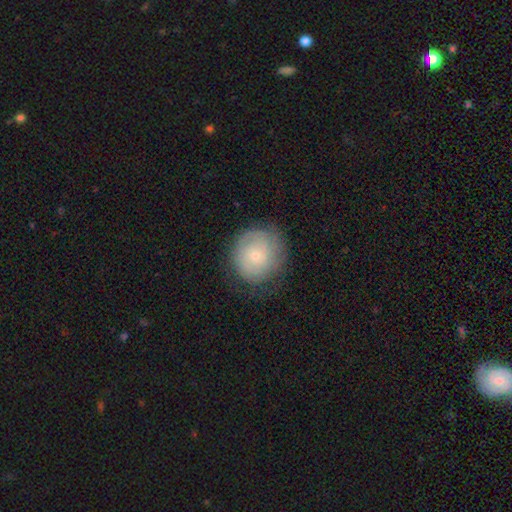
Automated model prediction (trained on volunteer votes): smooth-or-featured: smooth: 52% | featured or disk: 40% | star or artifact: 8%
  how-rounded: round: 87% | in between: 12% | cigar-shaped: 1%
  merging: none: 74% | minor disturbance: 18% | major disturbance: 7% | merger: 1%